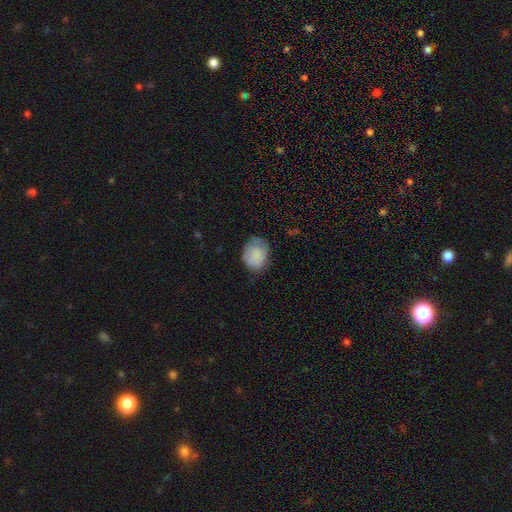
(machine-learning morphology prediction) Smooth or featured? Predicted: smooth (p=0.83). How rounded? Predicted: in between (p=0.53). Merging? Predicted: none (p=0.63).